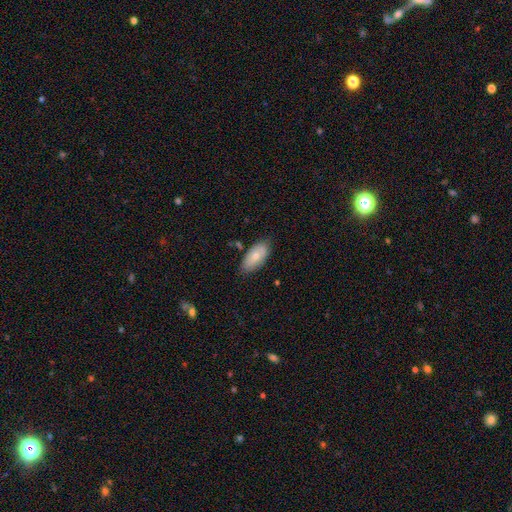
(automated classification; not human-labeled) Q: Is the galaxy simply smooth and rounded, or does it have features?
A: smooth — 67%.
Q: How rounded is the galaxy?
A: in between — 92%.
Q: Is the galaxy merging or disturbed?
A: none — 77%.